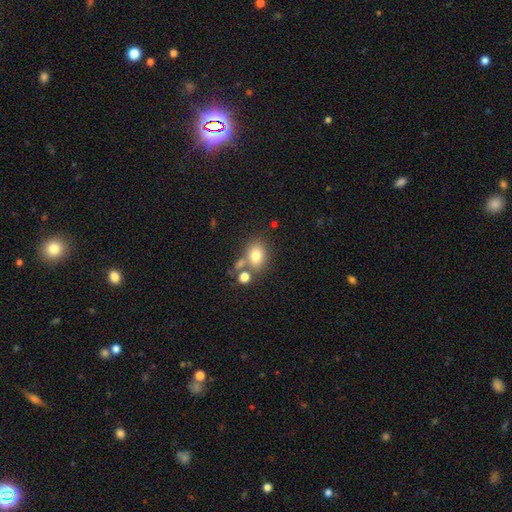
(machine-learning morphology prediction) smooth 78%, star or artifact 11%, featured or disk 11%. Down the decision tree: how rounded — in between (61%); merging — none (60%).